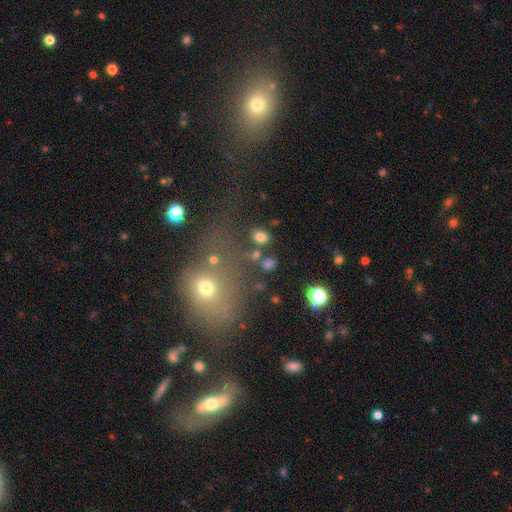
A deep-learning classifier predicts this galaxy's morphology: Overall: smooth (59%; star or artifact 26%). How rounded: round (62%; in between 35%). Merging: none (44%; merger 23%).